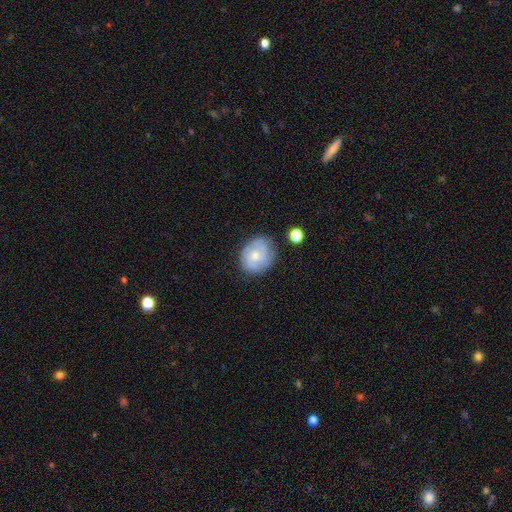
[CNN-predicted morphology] smooth 54%, featured or disk 39%, star or artifact 8%. Down the decision tree: how rounded — round (59%); merging — none (69%).